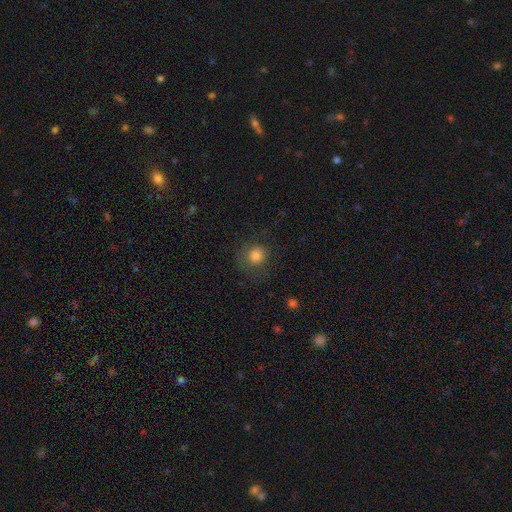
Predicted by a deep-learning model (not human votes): This appears to be a smooth galaxy with no disk features (80%) that is round (88%). Merging: none (73%).